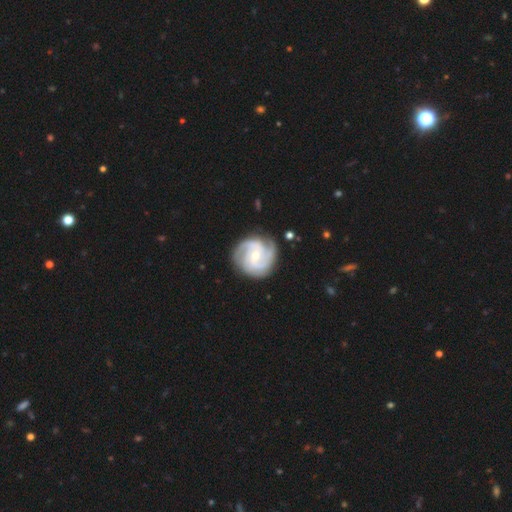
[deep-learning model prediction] A featured or disk galaxy (90%) with no bar (55%), 3 (52%) tight (54%) spiral arms (98%) and a small central bulge (50%).

Vote fractions:
- Smooth or featured? featured or disk: 90% / smooth: 6% / star or artifact: 4%
- Edge-on disk? no: 98% / yes: 2%
- Bar? no: 55% / weak: 36% / strong: 9%
- Spiral arms? yes: 98% / no: 2%
- Spiral winding? tight: 54% / medium: 39% / loose: 6%
- Spiral arm count? 3: 52% / 2: 25% / can't tell: 8% / 4: 7% / 1: 4% / more than 4: 4%
- Bulge size? small: 50% / moderate: 47% / large: 1% / none: 1% / dominant: 1%
- Merging? none: 82% / minor disturbance: 13% / major disturbance: 4% / merger: 1%